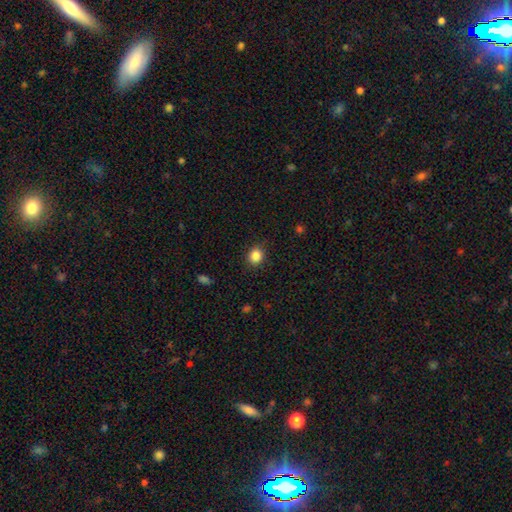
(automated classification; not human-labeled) This is clearly a smooth galaxy (85%). How rounded: likely round (74%). Merging: clearly none (87%).